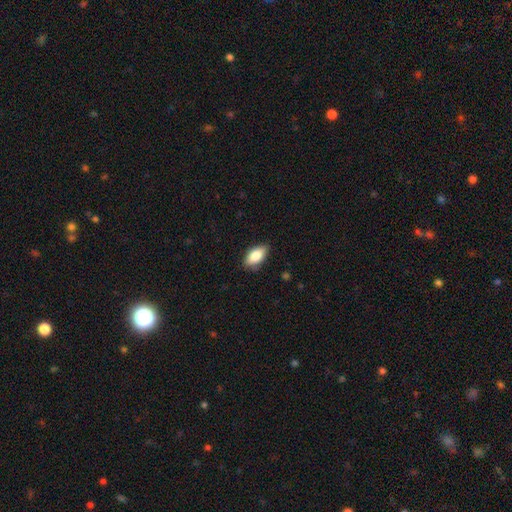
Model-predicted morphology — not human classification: Smooth or featured? Predicted: smooth (p=0.82). How rounded? Predicted: in between (p=0.90). Merging? Predicted: none (p=0.82).